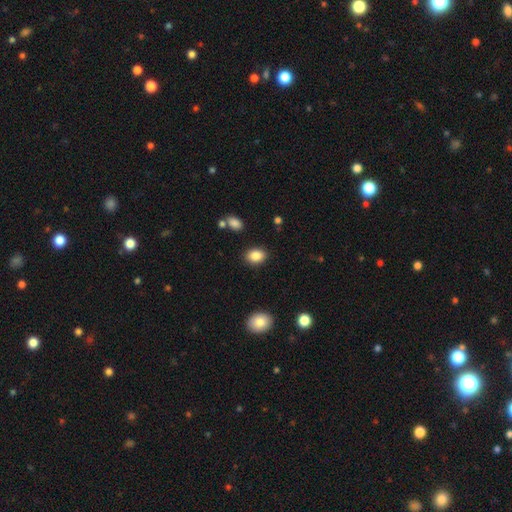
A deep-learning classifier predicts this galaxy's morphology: smooth_or_featured: smooth (p=0.87) [alt: star or artifact p=0.08]
how_rounded: in between (p=0.66) [alt: round p=0.33]
merging: none (p=0.88) [alt: minor disturbance p=0.08]